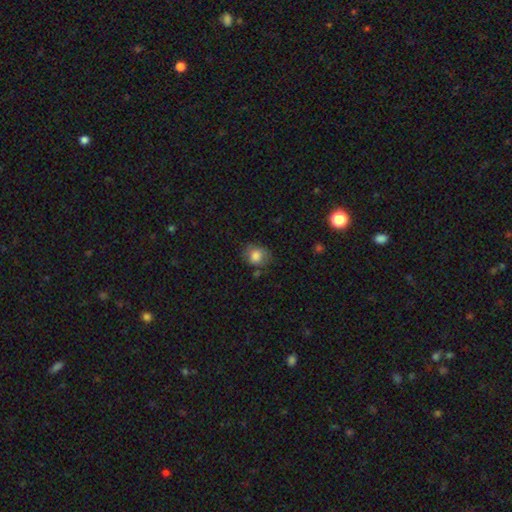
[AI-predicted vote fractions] Morphology: type=smooth (78%); roundness=round (56%); merging=none (64%).